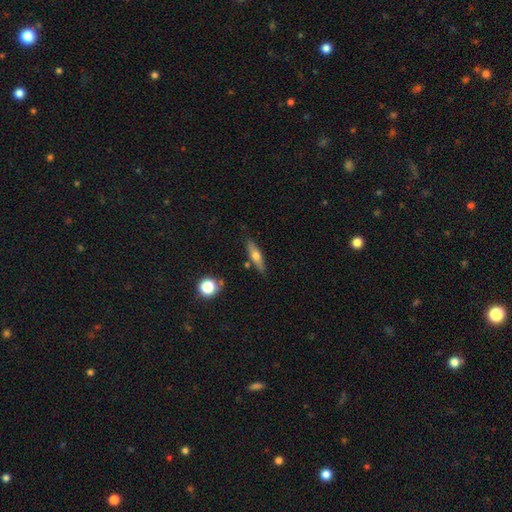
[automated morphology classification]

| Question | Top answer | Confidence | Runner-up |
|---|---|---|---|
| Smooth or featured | smooth | 51% | featured or disk (42%) |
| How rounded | cigar-shaped | 63% | in between (34%) |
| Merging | none | 80% | minor disturbance (12%) |